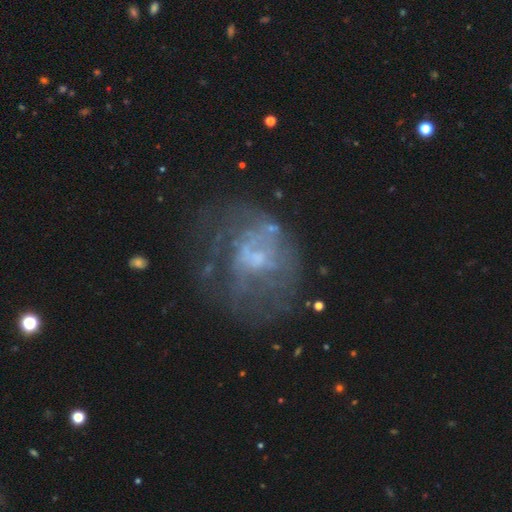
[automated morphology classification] smooth-or-featured: featured or disk: 64% | smooth: 22% | star or artifact: 14%
  disk-edge-on: no: 97% | yes: 3%
    bar: no: 73% | weak: 23% | strong: 4%
    has-spiral-arms: no: 63% | yes: 37%
    bulge-size: small: 46% | moderate: 28% | none: 22% | large: 3% | dominant: 1%
  merging: none: 49% | major disturbance: 28% | minor disturbance: 19% | merger: 4%